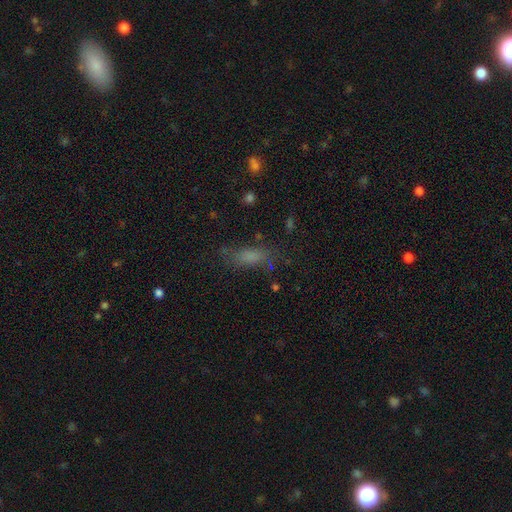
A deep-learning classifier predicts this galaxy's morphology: Smooth or featured?
  - smooth: 74% *
  - star or artifact: 14%
  - featured or disk: 12%
How rounded?
  - in between: 65% *
  - cigar-shaped: 31%
  - round: 4%
Merging?
  - none: 66% *
  - minor disturbance: 20%
  - major disturbance: 11%
  - merger: 3%